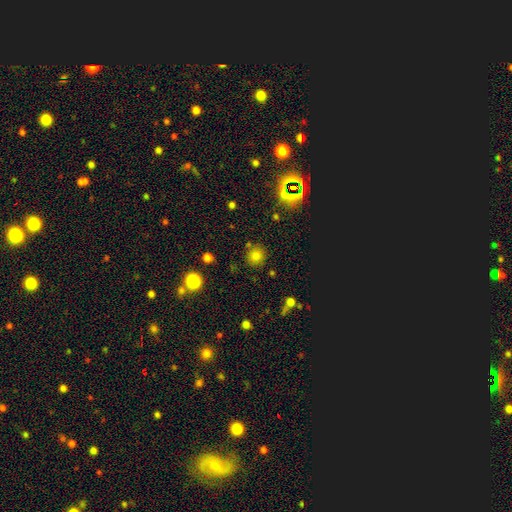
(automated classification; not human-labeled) The model was most divided on "smooth or featured": smooth: 74%, star or artifact: 19%, featured or disk: 7%. More confident: how rounded — round (90%); merging — none (85%).